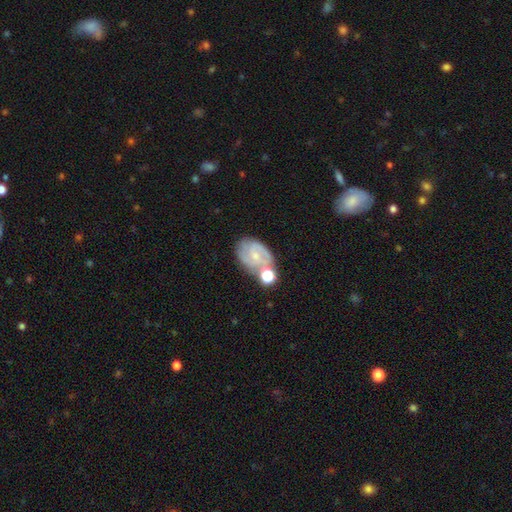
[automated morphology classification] This is likely a featured or disk galaxy (70%). It is clearly not viewed edge-on (97%). Bar: possibly no (59%). Spiral arm pattern: clearly yes (90%). Spiral arm count: possibly 2 (54%). Spiral winding: possibly tight (47%). Central bulge: likely small (69%). Merging: possibly none (53%).